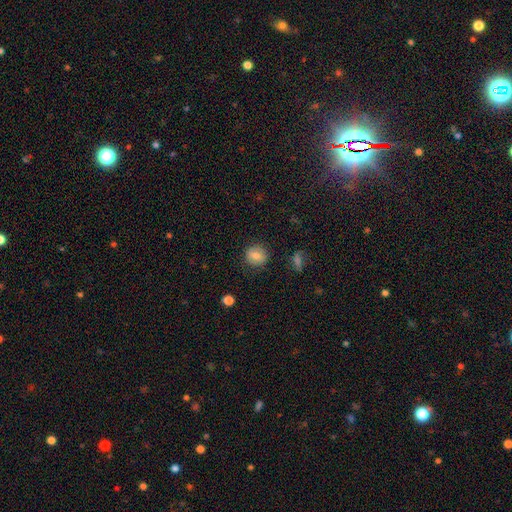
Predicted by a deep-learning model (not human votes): smooth 81%, featured or disk 10%, star or artifact 9%. Down the decision tree: how rounded — round (80%); merging — none (85%).